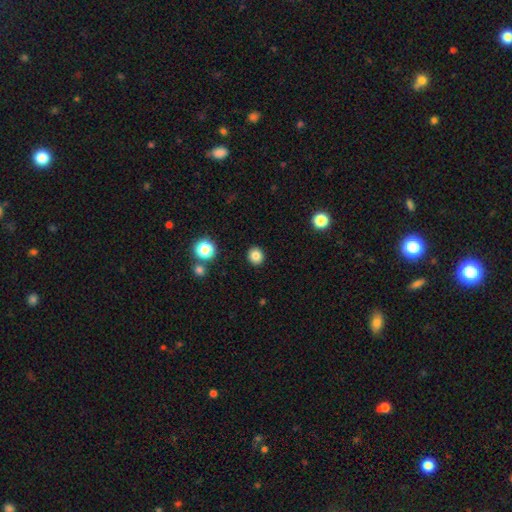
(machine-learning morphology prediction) Smooth or featured? Predicted: smooth (p=0.83). How rounded? Predicted: round (p=0.84). Merging? Predicted: none (p=0.91).